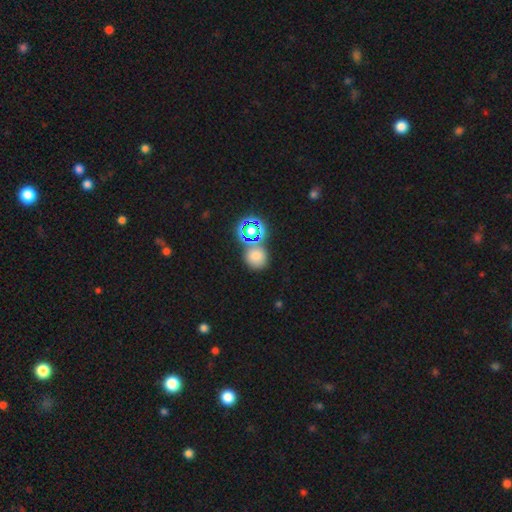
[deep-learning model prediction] Q: Smooth or featured?
A: smooth (67%); runner-up: star or artifact (24%)
Q: How rounded?
A: round (77%); runner-up: in between (21%)
Q: Merging?
A: none (58%); runner-up: merger (26%)